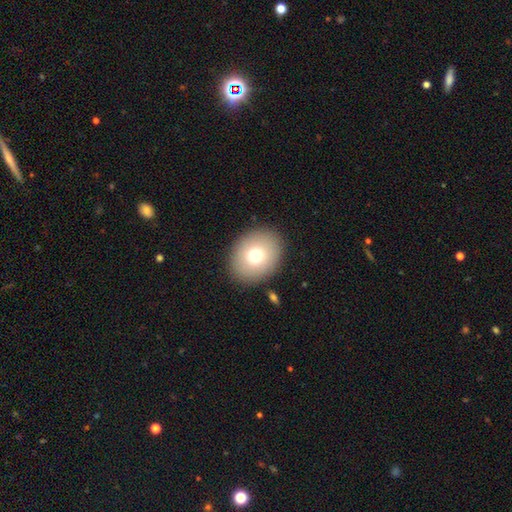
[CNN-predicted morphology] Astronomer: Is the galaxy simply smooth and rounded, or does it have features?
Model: smooth — 74%.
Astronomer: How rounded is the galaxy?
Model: round — 50% (runner-up: in between, 49%).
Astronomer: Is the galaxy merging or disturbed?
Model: none — 89%.